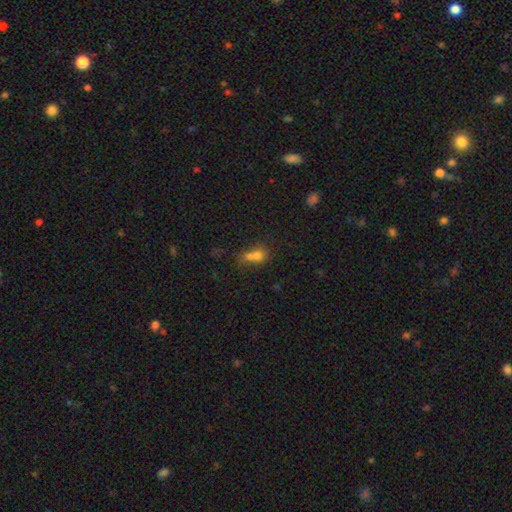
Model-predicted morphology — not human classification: smooth_or_featured: smooth (p=0.69) [alt: star or artifact p=0.16]
how_rounded: round (p=0.64) [alt: in between p=0.34]
merging: merger (p=0.62) [alt: none p=0.26]